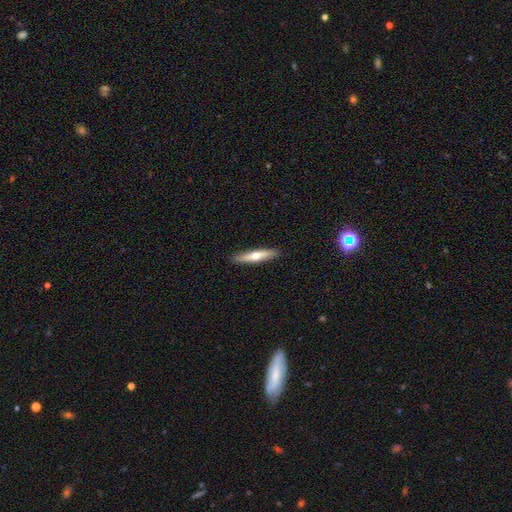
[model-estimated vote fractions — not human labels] A featured or disk galaxy (50%).

Vote fractions:
- Smooth or featured? featured or disk: 50% / smooth: 45% / star or artifact: 5%
- Merging? none: 91% / minor disturbance: 6% / major disturbance: 1% / merger: 1%